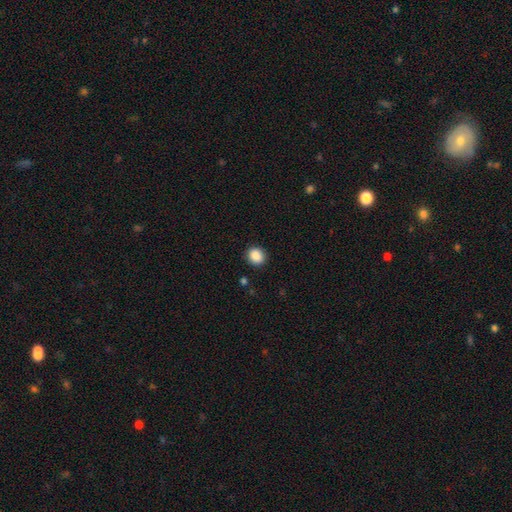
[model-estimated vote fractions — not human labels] Smooth or featured: smooth — 89% (star or artifact — 9%)
How rounded: round — 73% (in between — 26%)
Merging: none — 89% (minor disturbance — 7%)